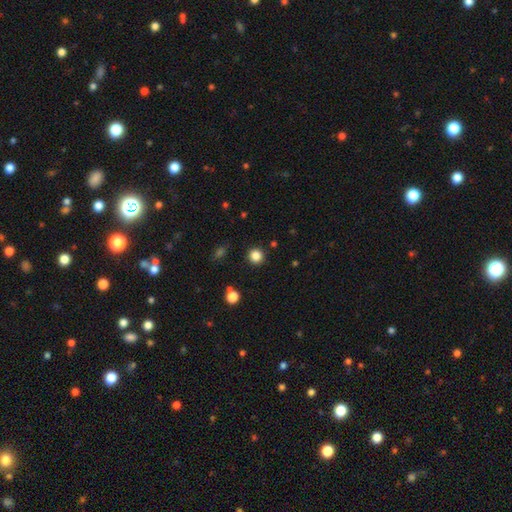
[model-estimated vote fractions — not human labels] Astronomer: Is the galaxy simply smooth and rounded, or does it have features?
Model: smooth — 84%.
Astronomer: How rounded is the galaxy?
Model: round — 94%.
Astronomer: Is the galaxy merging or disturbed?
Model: none — 91%.